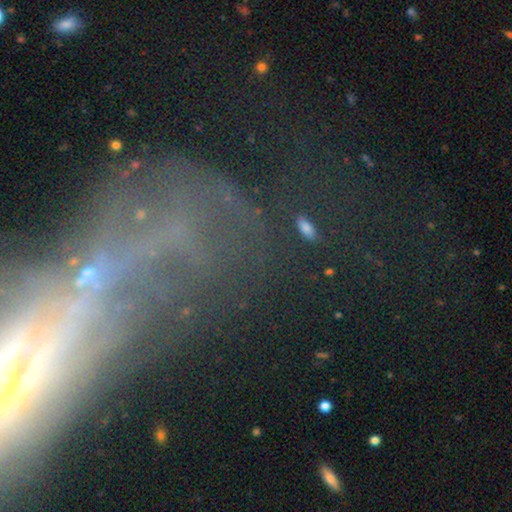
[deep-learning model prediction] A featured or disk galaxy (49%).

Vote fractions:
- Smooth or featured? featured or disk: 49% / star or artifact: 31% / smooth: 20%
- Merging? none: 40% / major disturbance: 28% / merger: 17% / minor disturbance: 15%